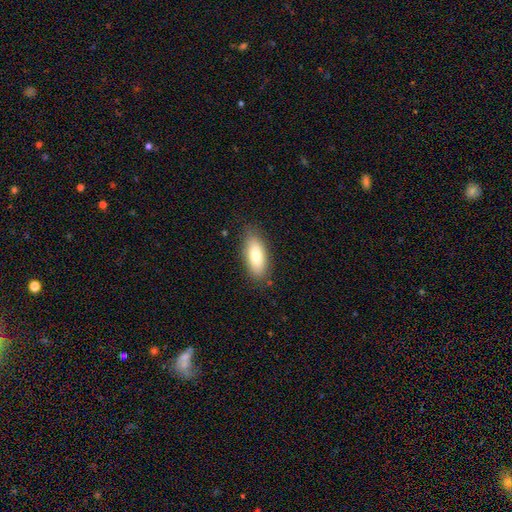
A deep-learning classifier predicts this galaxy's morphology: A smooth galaxy with no disk features (78%) that is in between round and cigar-shaped (79%). Merging: none (83%).